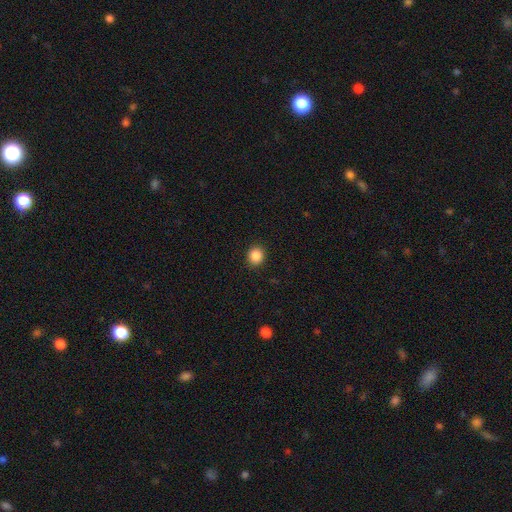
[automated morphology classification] Smooth or featured? Predicted: smooth (p=0.87). How rounded? Predicted: round (p=0.81). Merging? Predicted: none (p=0.91).